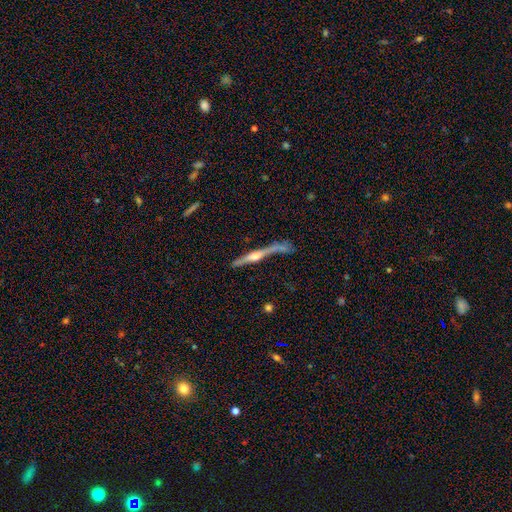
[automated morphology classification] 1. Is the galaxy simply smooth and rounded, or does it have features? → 76% featured or disk, 18% smooth, 6% star or artifact.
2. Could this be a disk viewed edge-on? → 95% yes, 5% no.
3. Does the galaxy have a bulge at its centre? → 83% rounded, 9% boxy, 8% none.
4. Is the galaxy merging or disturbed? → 59% none, 19% minor disturbance, 12% merger, 10% major disturbance.